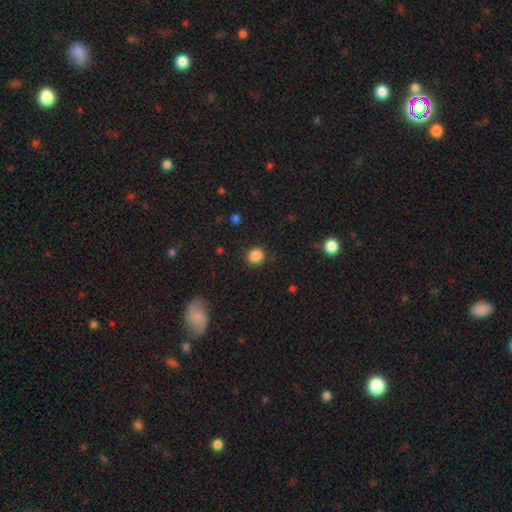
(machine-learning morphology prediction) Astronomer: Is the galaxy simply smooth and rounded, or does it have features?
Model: smooth — 86%.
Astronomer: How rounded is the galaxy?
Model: round — 67%.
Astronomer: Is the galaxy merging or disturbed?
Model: none — 85%.